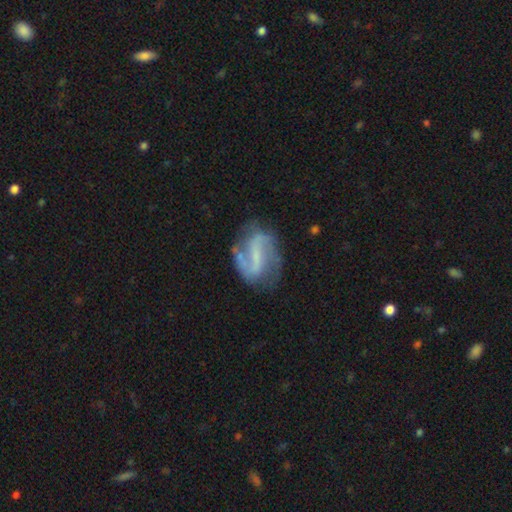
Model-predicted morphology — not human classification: smooth_or_featured: featured or disk (p=0.82) [alt: smooth p=0.11]
disk_edge_on: no (p=0.97) [alt: yes p=0.03]
bar: strong (p=0.45) [alt: weak p=0.40]
has_spiral_arms: yes (p=0.91) [alt: no p=0.09]
spiral_winding: loose (p=0.43) [alt: medium p=0.41]
spiral_arm_count: 2 (p=0.85) [alt: can't tell p=0.07]
bulge_size: none (p=0.42) [tied with: small p=0.42]
merging: none (p=0.65) [alt: minor disturbance p=0.20]